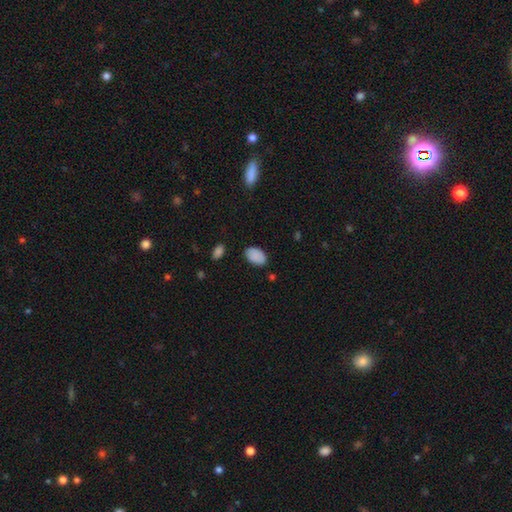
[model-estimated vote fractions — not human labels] The model was most divided on "merging": none: 81%, minor disturbance: 14%, major disturbance: 3%, merger: 2%. More confident: how rounded — in between (92%); smooth or featured — smooth (89%).